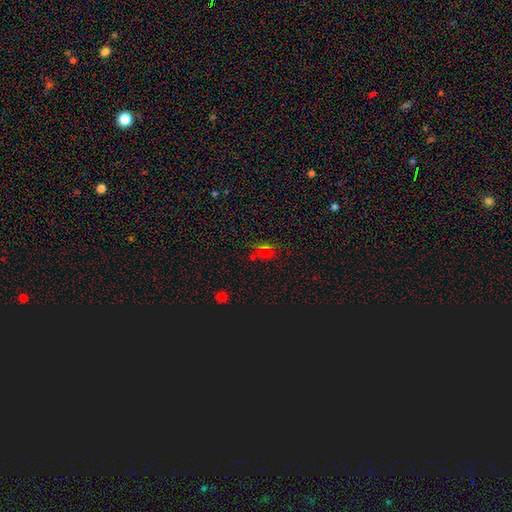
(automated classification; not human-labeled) Overall: star or artifact (46%; smooth 45%).